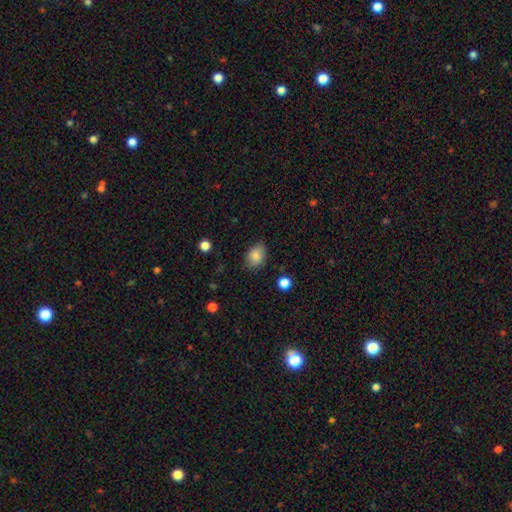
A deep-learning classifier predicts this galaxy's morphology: This appears to be a smooth galaxy with no disk features (85%) that is in between round and cigar-shaped (76%). Merging: none (79%).